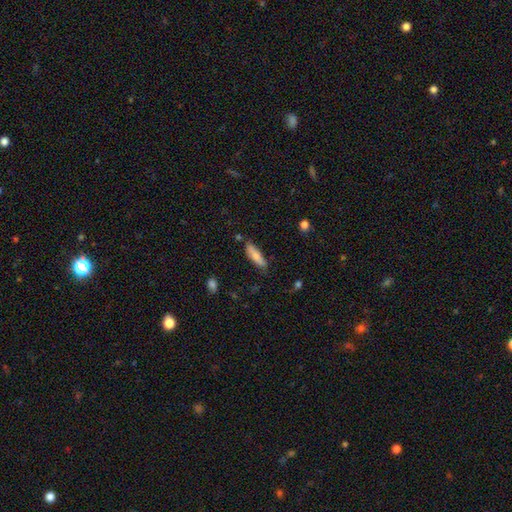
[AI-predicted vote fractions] smooth-or-featured: smooth: 72% | featured or disk: 22% | star or artifact: 6%
  how-rounded: cigar-shaped: 64% | in between: 34% | round: 2%
  merging: none: 77% | minor disturbance: 17% | merger: 3% | major disturbance: 3%